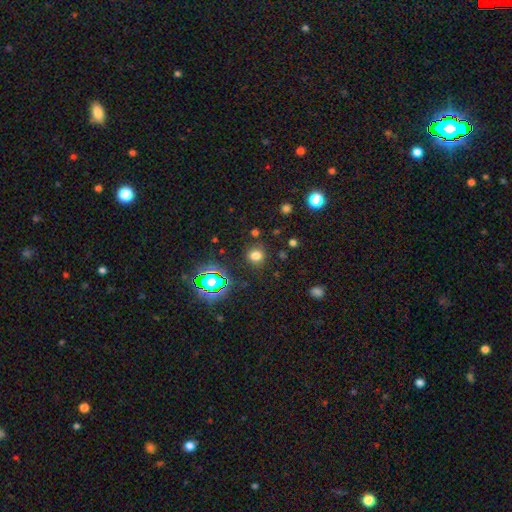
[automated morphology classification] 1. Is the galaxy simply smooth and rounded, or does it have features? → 70% smooth, 23% star or artifact, 7% featured or disk.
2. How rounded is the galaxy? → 81% round, 17% in between, 1% cigar-shaped.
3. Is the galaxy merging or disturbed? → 82% none, 10% minor disturbance, 4% major disturbance, 3% merger.